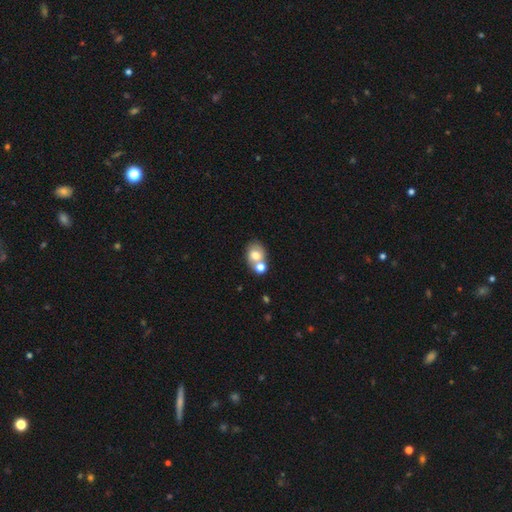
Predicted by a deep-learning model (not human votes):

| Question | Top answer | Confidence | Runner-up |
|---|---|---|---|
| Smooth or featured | smooth | 69% | featured or disk (22%) |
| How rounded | in between | 51% | round (48%) |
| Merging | merger | 48% | none (39%) |